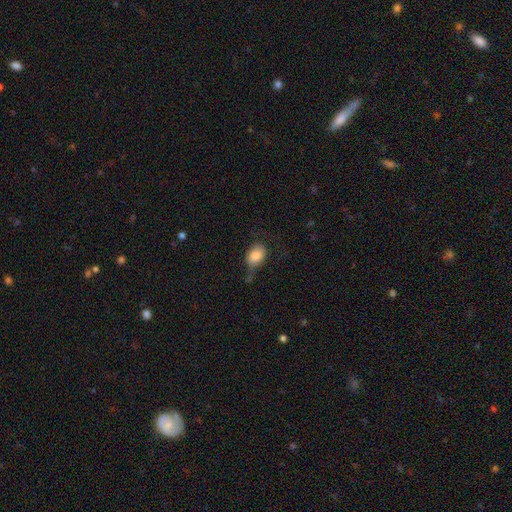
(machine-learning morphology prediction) Smooth or featured?
  - smooth: 82% *
  - featured or disk: 10%
  - star or artifact: 8%
How rounded?
  - in between: 68% *
  - round: 30%
  - cigar-shaped: 1%
Merging?
  - none: 40% *
  - minor disturbance: 35%
  - major disturbance: 20%
  - merger: 4%